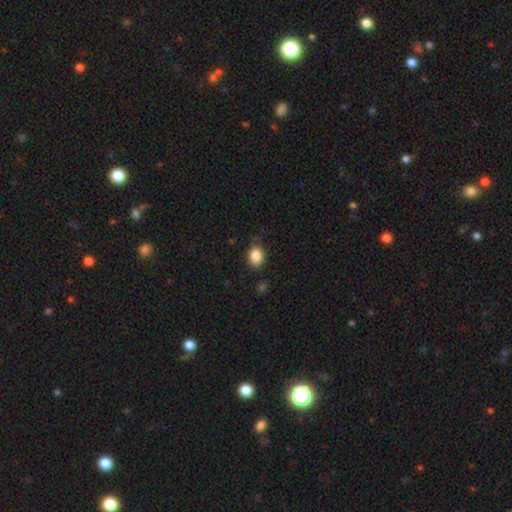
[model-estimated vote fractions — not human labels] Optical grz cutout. It shows a smooth galaxy with no disk features (87%) that is in between round and cigar-shaped (68%). Merging: none (82%).